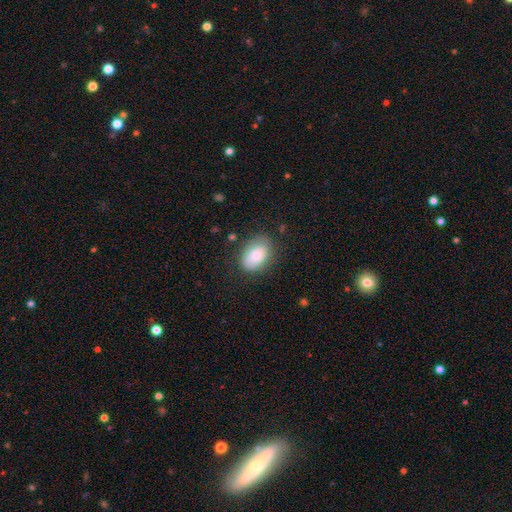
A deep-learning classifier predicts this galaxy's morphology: A smooth galaxy with no disk features (83%) that is in between round and cigar-shaped (88%).

Vote fractions:
- Smooth or featured? smooth: 83% / featured or disk: 11% / star or artifact: 7%
- How rounded? in between: 88% / round: 11% / cigar-shaped: 1%
- Merging? none: 74% / minor disturbance: 19% / major disturbance: 6% / merger: 2%